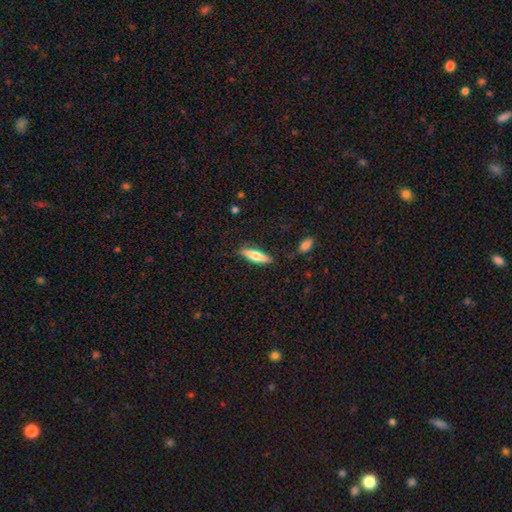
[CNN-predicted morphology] smooth-or-featured: smooth: 64% | featured or disk: 30% | star or artifact: 6%
  how-rounded: cigar-shaped: 71% | in between: 27% | round: 2%
  merging: none: 83% | minor disturbance: 12% | major disturbance: 3% | merger: 2%